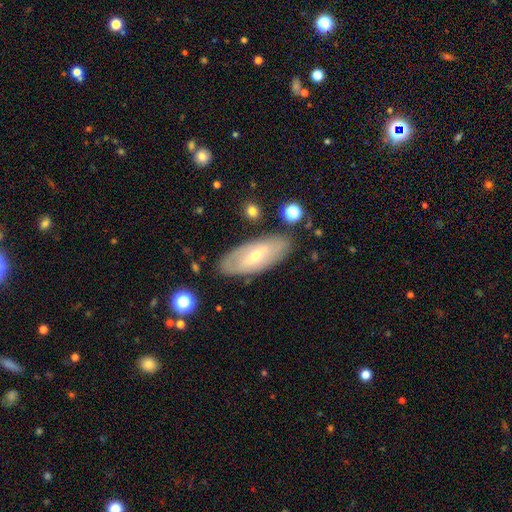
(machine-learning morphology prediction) featured or disk 59%, smooth 34%, star or artifact 6%. Down the decision tree: edge-on disk — no (82%); merging — none (82%).